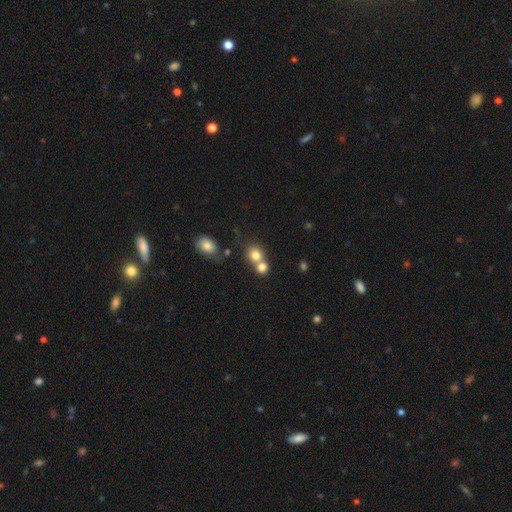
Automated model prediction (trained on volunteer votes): Overall: smooth (78%). How rounded: round (81%). Merging: merger (52%; none 39%).